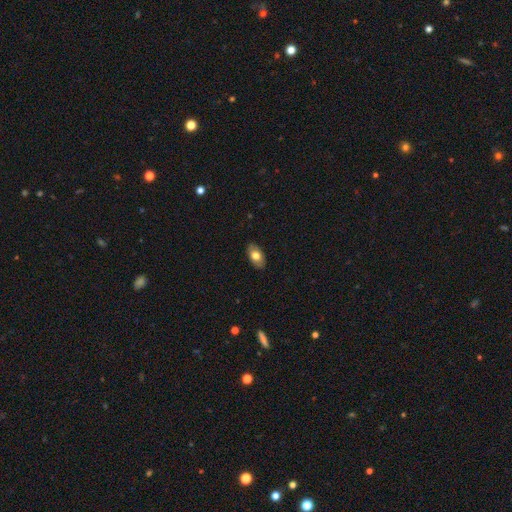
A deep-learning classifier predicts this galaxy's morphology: A smooth galaxy with no disk features (74%) that is in between round and cigar-shaped (93%). Merging: none (87%).